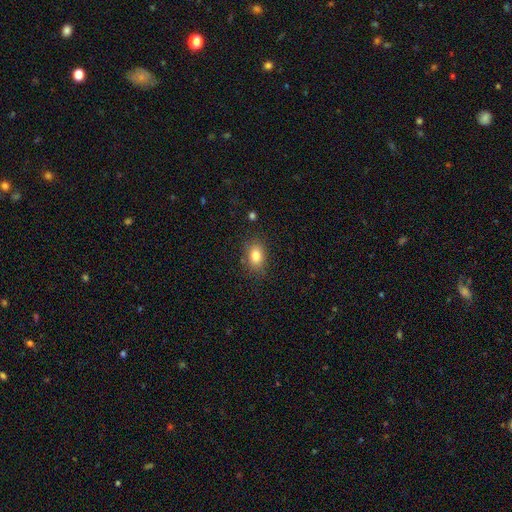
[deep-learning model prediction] This is clearly a smooth galaxy (82%). How rounded: likely in between (73%). Merging: clearly none (80%).